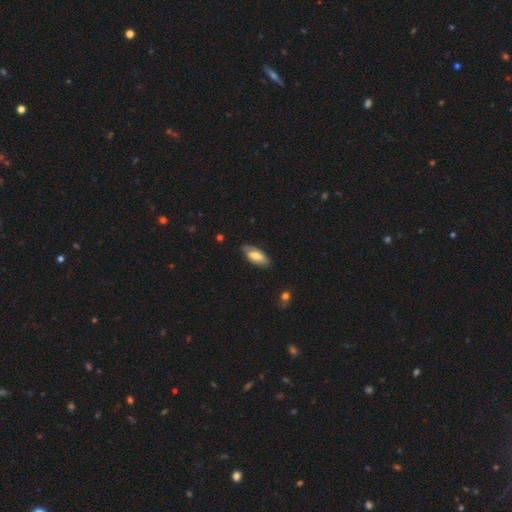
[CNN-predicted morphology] Smooth or featured: smooth — 62% (featured or disk — 32%)
How rounded: in between — 87% (cigar-shaped — 11%)
Merging: none — 76% (minor disturbance — 19%)